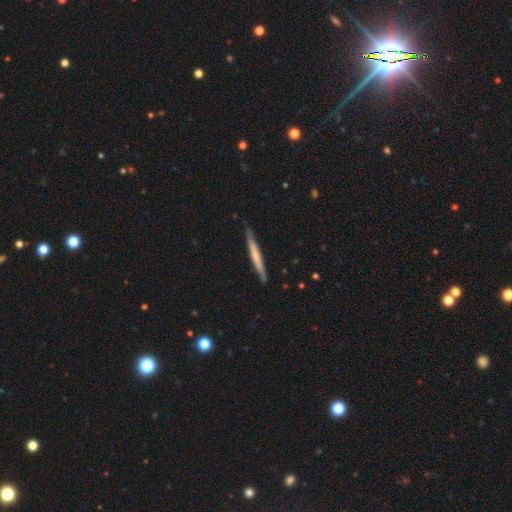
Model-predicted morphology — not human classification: The model was most divided on "smooth or featured": smooth: 49%, featured or disk: 46%, star or artifact: 5%. More confident: merging — none (85%).